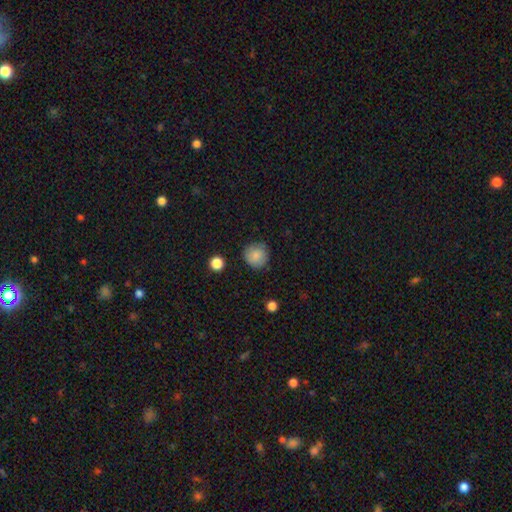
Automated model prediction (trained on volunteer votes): Smooth or featured: smooth — 85% (star or artifact — 9%)
How rounded: round — 92% (in between — 7%)
Merging: none — 83% (minor disturbance — 13%)